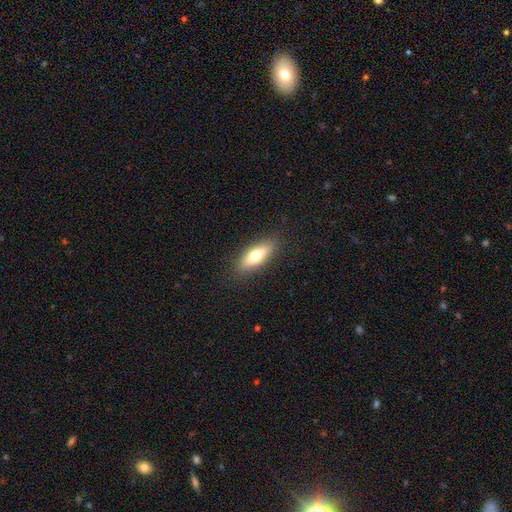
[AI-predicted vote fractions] Q: Smooth or featured?
A: smooth (67%); runner-up: featured or disk (26%)
Q: How rounded?
A: in between (58%); runner-up: cigar-shaped (39%)
Q: Merging?
A: none (87%); runner-up: minor disturbance (10%)